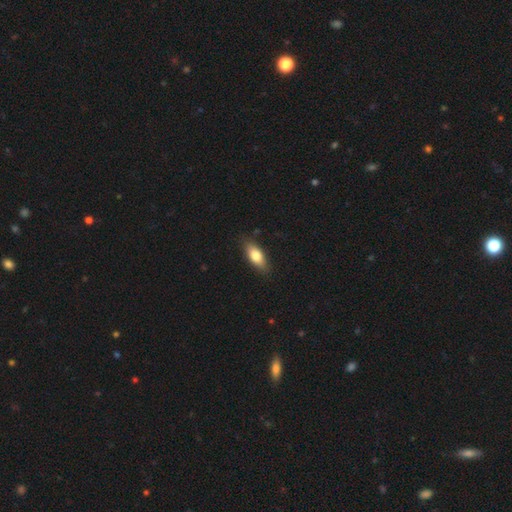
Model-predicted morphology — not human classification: Smooth or featured? Predicted: smooth (p=0.76). How rounded? Predicted: in between (p=0.77). Merging? Predicted: none (p=0.84).